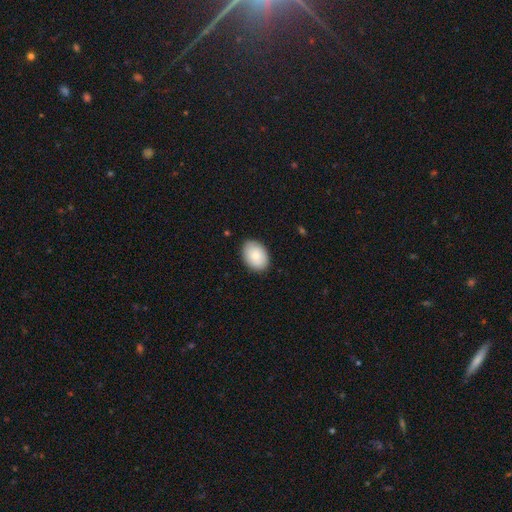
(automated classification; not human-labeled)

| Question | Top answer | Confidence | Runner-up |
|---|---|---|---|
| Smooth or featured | smooth | 84% | featured or disk (10%) |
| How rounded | in between | 78% | round (21%) |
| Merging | none | 86% | minor disturbance (11%) |